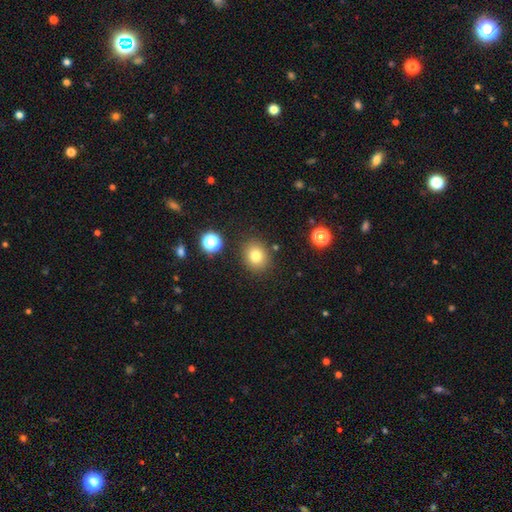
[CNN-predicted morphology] Q: Smooth or featured?
A: smooth (80%); runner-up: star or artifact (13%)
Q: How rounded?
A: round (71%); runner-up: in between (28%)
Q: Merging?
A: none (84%); runner-up: minor disturbance (9%)